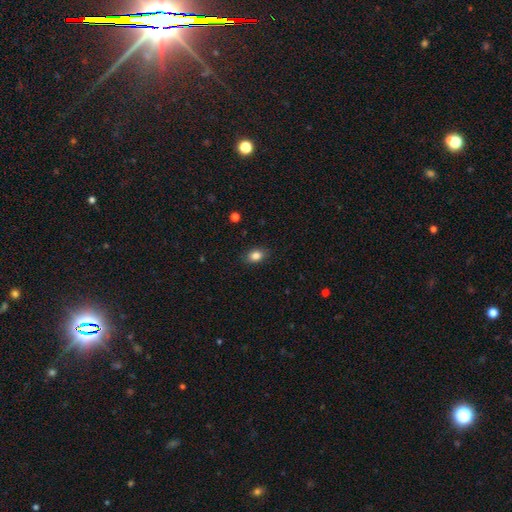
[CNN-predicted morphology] smooth 85%, star or artifact 9%, featured or disk 6%. Down the decision tree: how rounded — in between (77%); merging — none (87%).